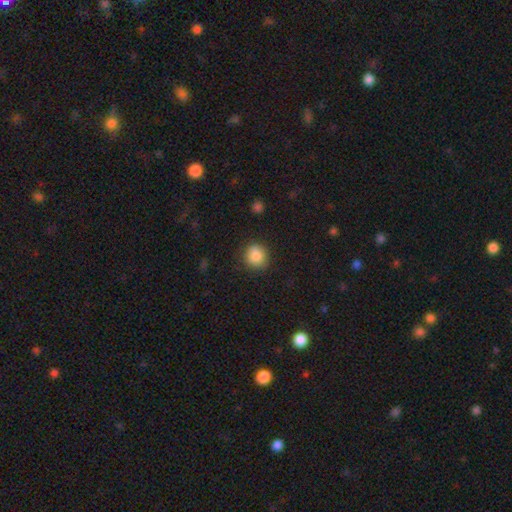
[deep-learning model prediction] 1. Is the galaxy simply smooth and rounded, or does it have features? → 86% smooth, 9% star or artifact, 5% featured or disk.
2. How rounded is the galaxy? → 84% round, 15% in between, 1% cigar-shaped.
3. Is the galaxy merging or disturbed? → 83% none, 13% minor disturbance, 3% major disturbance, 1% merger.